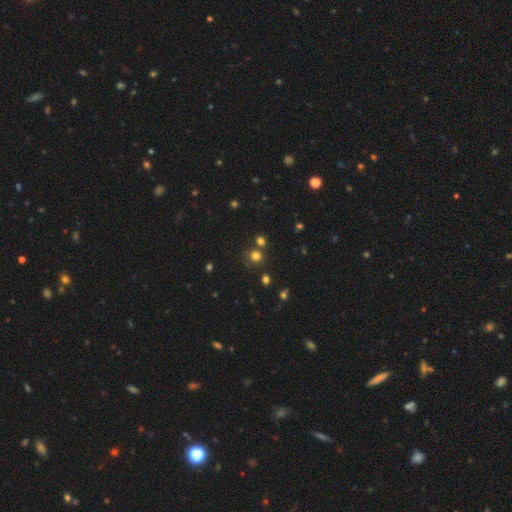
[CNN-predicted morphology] This appears to be a smooth galaxy with no disk features (71%) that is round (91%). Merging: none (73%).